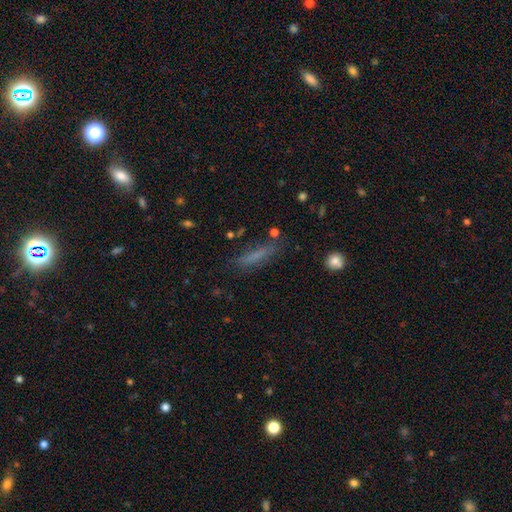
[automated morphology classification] smooth_or_featured: smooth (p=0.67) [alt: featured or disk p=0.20]
how_rounded: cigar-shaped (p=0.80) [alt: in between p=0.17]
merging: none (p=0.77) [alt: minor disturbance p=0.15]